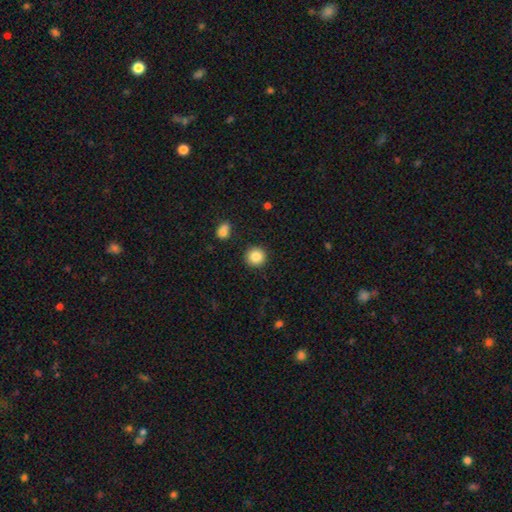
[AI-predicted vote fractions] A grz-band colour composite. It shows a smooth galaxy with no disk features (86%) that is round (94%). Merging: none (91%).